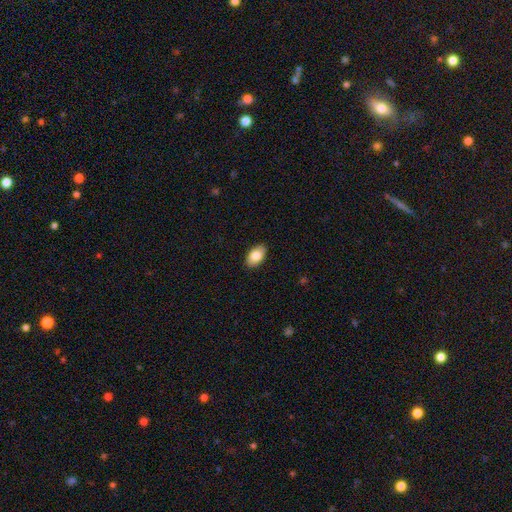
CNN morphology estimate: This is clearly a smooth galaxy (85%). How rounded: clearly in between (93%). Merging: clearly none (89%).